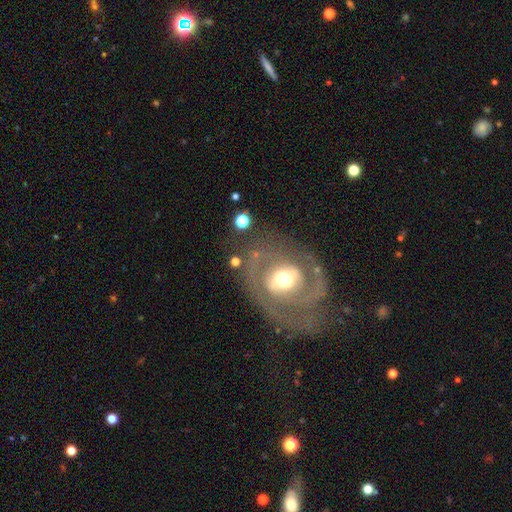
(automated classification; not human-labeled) Smooth or featured? featured or disk (83%)
Edge-on disk? no (97%)
Bar? no (64%)
Spiral arms? yes (83%)
Spiral winding? tight (47%)
Spiral arm count? 2 (58%)
Bulge size? moderate (66%)
Merging? none (60%)